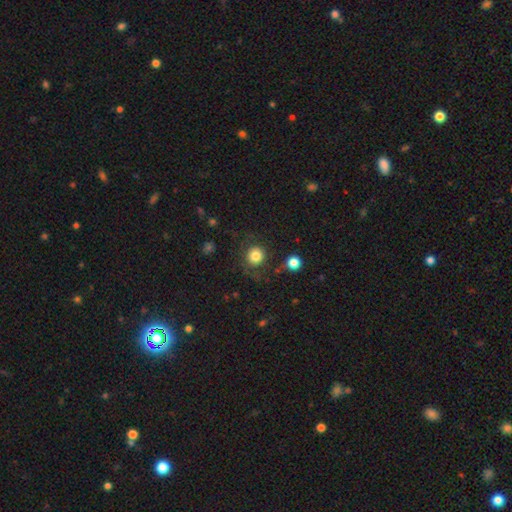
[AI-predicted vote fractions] Smooth or featured?
  - smooth: 81% *
  - star or artifact: 11%
  - featured or disk: 8%
How rounded?
  - round: 89% *
  - in between: 10%
  - cigar-shaped: 1%
Merging?
  - none: 78% *
  - minor disturbance: 12%
  - major disturbance: 7%
  - merger: 3%